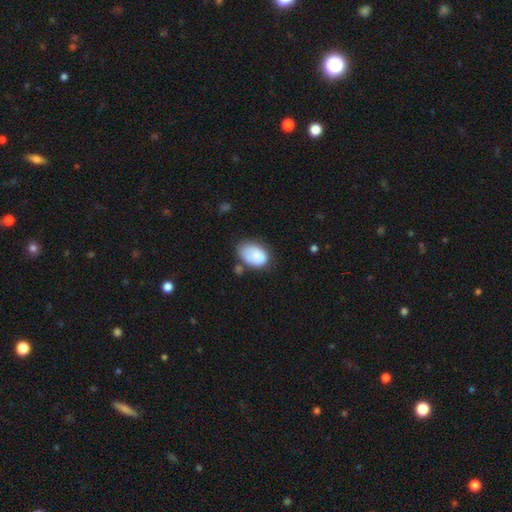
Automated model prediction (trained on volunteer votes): smooth_or_featured: smooth (p=0.79) [alt: featured or disk p=0.13]
how_rounded: in between (p=0.86) [alt: round p=0.13]
merging: none (p=0.47) [alt: minor disturbance p=0.33]